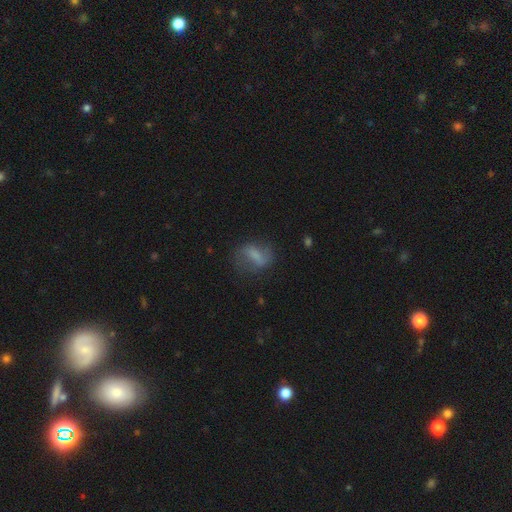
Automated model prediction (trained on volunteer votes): This is possibly a smooth galaxy (46%). Merging: likely none (63%).